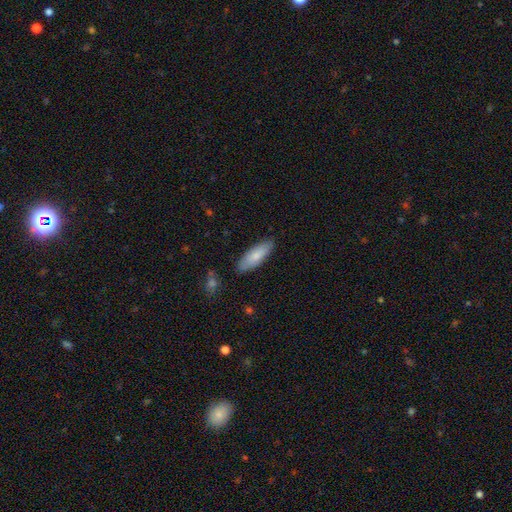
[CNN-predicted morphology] The model was most divided on "how rounded": in between: 60%, cigar-shaped: 38%, round: 2%. More confident: merging — none (85%); smooth or featured — smooth (79%).